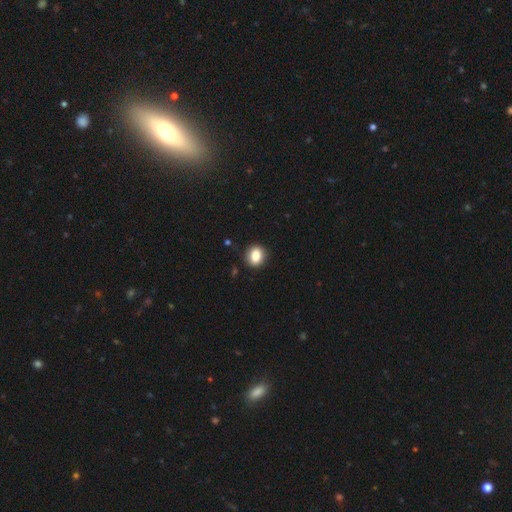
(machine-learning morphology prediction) Smooth or featured? Predicted: smooth (p=0.84). How rounded? Predicted: round (p=0.61). Merging? Predicted: none (p=0.89).